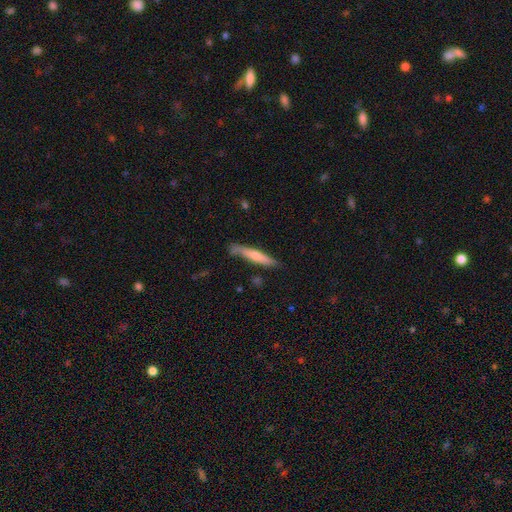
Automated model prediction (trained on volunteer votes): Morphology: type=featured or disk (48%); merging=none (78%).